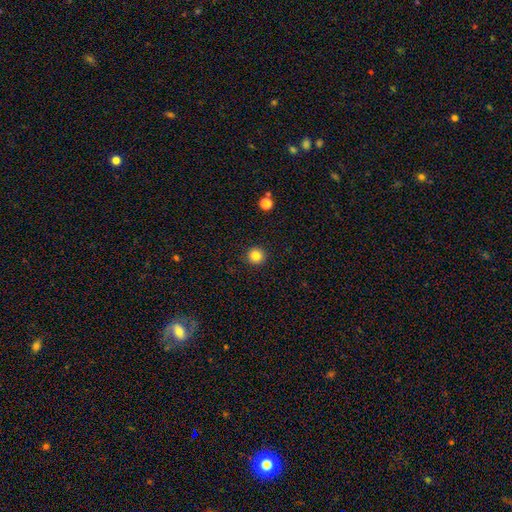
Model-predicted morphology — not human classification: Overall: smooth (83%). How rounded: round (95%). Merging: none (93%).